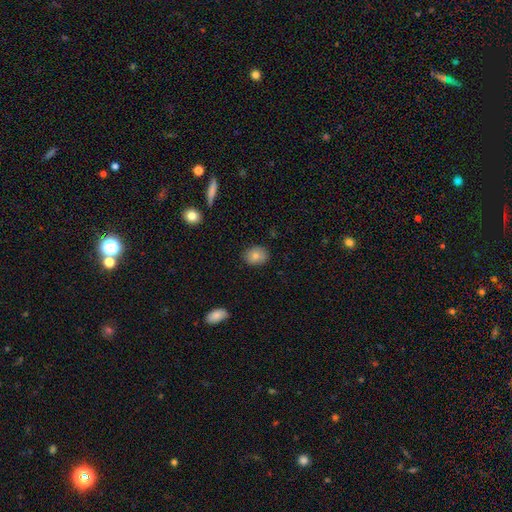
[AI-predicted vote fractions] The model was most divided on "how rounded": in between: 52%, round: 47%, cigar-shaped: 1%. More confident: merging — none (84%); smooth or featured — smooth (81%).